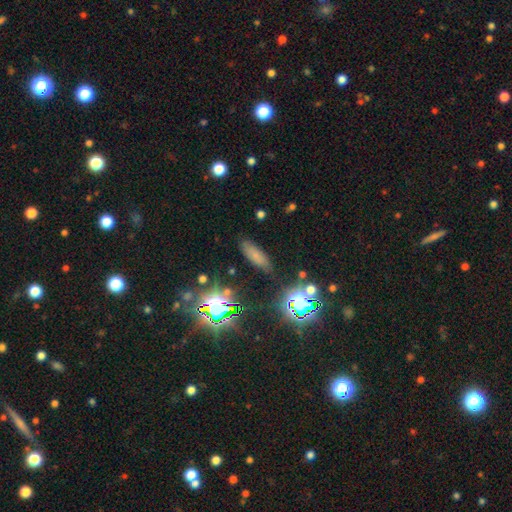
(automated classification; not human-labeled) A smooth galaxy with no disk features (63%) that is in between round and cigar-shaped (54%). Merging: none (82%).